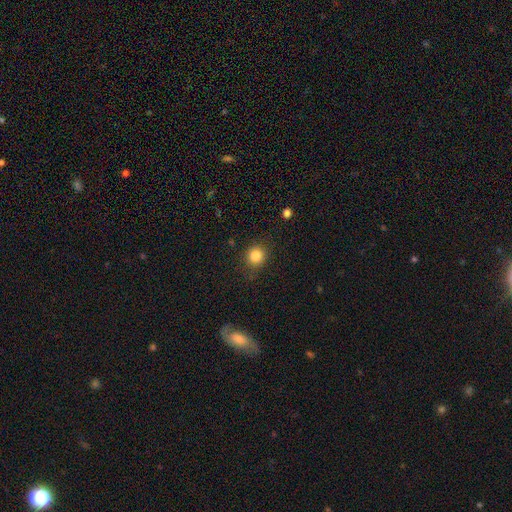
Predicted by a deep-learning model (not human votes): Overall: smooth (83%). How rounded: round (88%). Merging: none (85%).